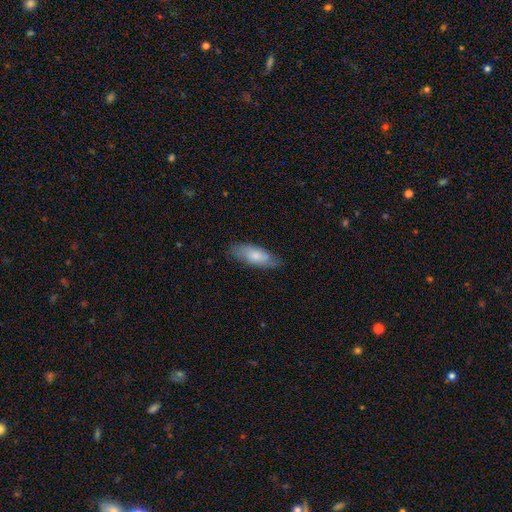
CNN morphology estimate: Smooth or featured? Predicted: smooth (p=0.67). How rounded? Predicted: in between (p=0.72). Merging? Predicted: none (p=0.76).